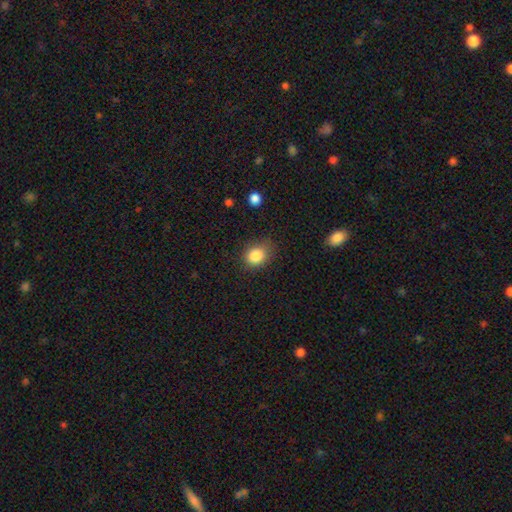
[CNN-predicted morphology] smooth 84%, star or artifact 10%, featured or disk 6%. Down the decision tree: how rounded — round (57%); merging — none (70%).